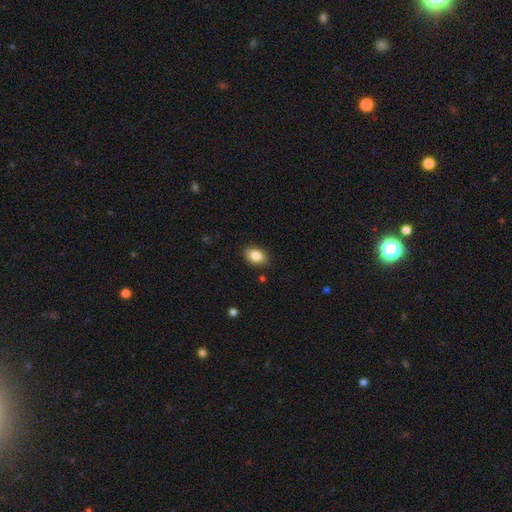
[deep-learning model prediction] Morphology: type=smooth (85%); roundness=in between (87%); merging=none (87%).